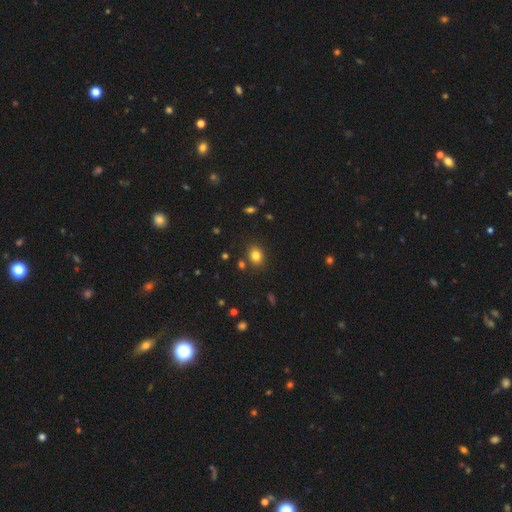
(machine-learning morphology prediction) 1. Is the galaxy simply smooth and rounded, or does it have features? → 81% smooth, 12% star or artifact, 7% featured or disk.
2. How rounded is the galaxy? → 50% in between, 49% round, 1% cigar-shaped.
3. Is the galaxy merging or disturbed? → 83% none, 9% minor disturbance, 5% merger, 3% major disturbance.